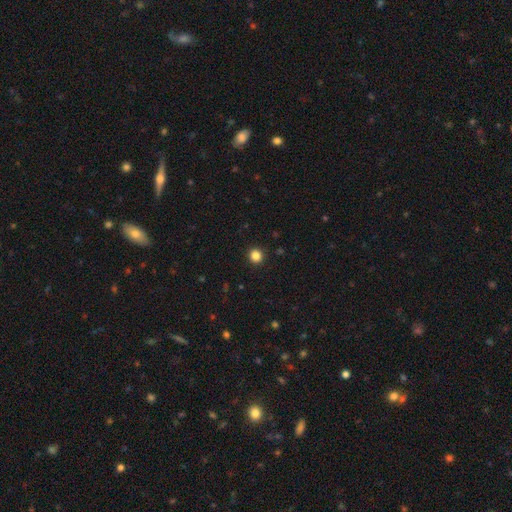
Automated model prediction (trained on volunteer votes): smooth-or-featured: smooth: 85% | star or artifact: 12% | featured or disk: 4%
  how-rounded: round: 92% | in between: 7% | cigar-shaped: 1%
  merging: none: 93% | minor disturbance: 5% | major disturbance: 2% | merger: 1%